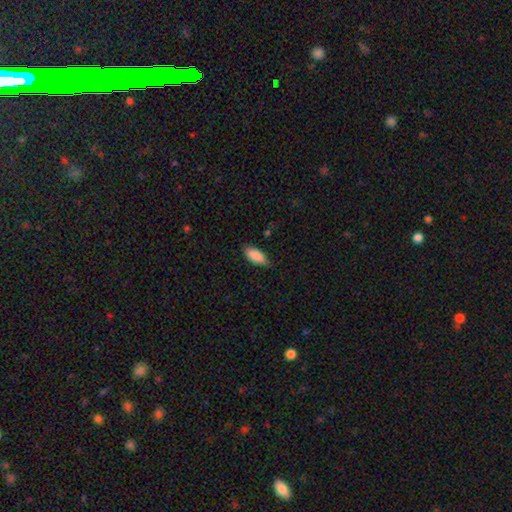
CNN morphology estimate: A smooth galaxy with no disk features (88%) that is in between round and cigar-shaped (86%).

Vote fractions:
- Smooth or featured? smooth: 88% / star or artifact: 6% / featured or disk: 5%
- How rounded? in between: 86% / cigar-shaped: 12% / round: 2%
- Merging? none: 79% / minor disturbance: 18% / major disturbance: 3% / merger: 1%